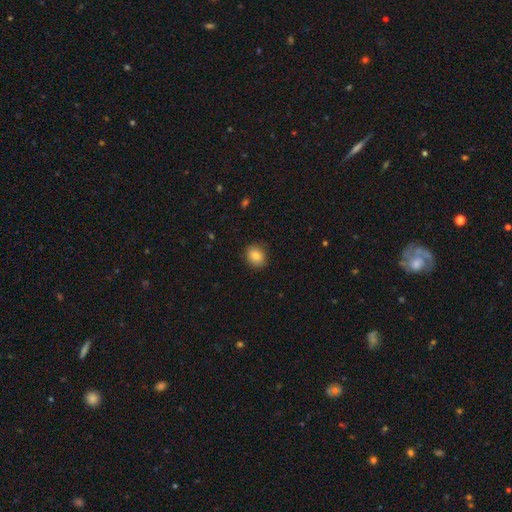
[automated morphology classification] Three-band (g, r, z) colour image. It shows a smooth galaxy with no disk features (81%) that is round (55%). Merging: none (86%).